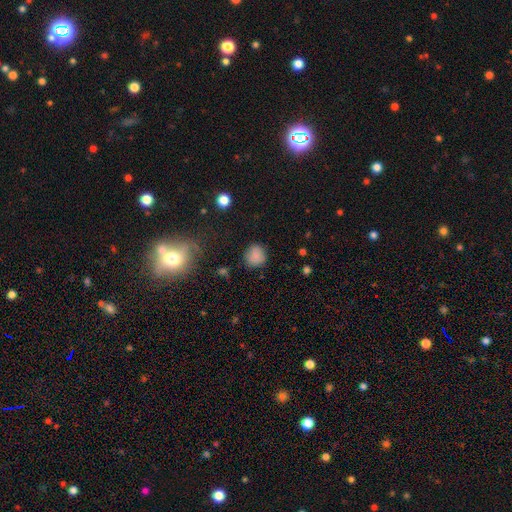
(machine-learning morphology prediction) This appears to be a smooth galaxy with no disk features (82%) that is round (84%). Merging: none (79%).